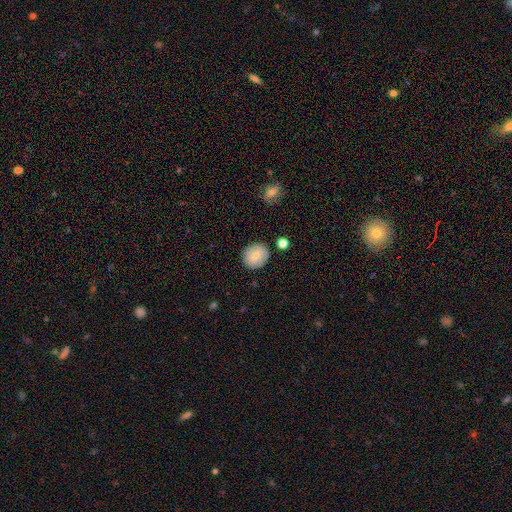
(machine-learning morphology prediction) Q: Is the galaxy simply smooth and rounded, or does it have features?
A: smooth — 75%.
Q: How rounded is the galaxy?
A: round — 78%.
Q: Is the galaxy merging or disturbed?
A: none — 86%.